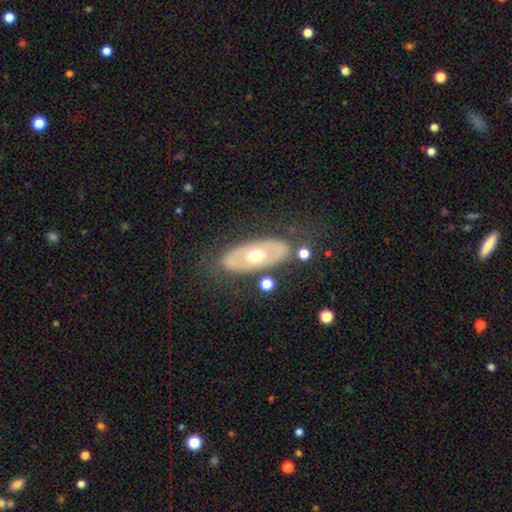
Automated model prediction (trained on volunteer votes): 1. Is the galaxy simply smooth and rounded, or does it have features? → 53% featured or disk, 41% smooth, 6% star or artifact.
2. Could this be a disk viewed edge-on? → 81% no, 19% yes.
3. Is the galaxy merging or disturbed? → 77% none, 13% minor disturbance, 6% major disturbance, 4% merger.